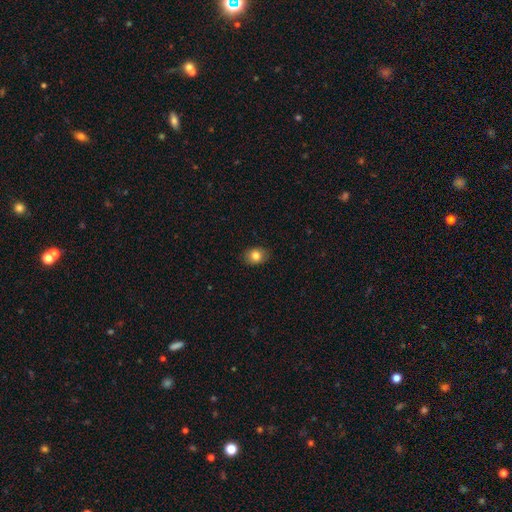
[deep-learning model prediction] The model was most divided on "how rounded": in between: 61%, round: 38%, cigar-shaped: 1%. More confident: merging — none (86%); smooth or featured — smooth (82%).